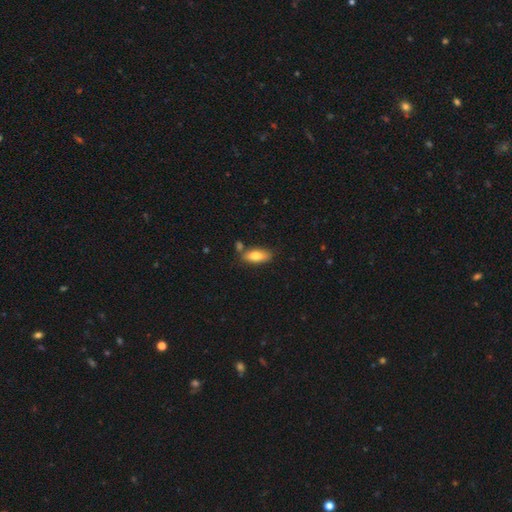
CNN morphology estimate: This appears to be a smooth galaxy with no disk features (77%) that is in between round and cigar-shaped (83%). Merging: none (74%).